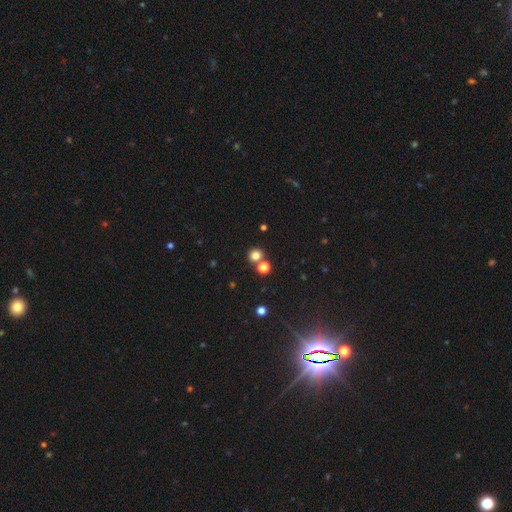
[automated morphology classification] This appears to be a smooth galaxy with no disk features (77%) that is round (88%). Merging: none (70%).